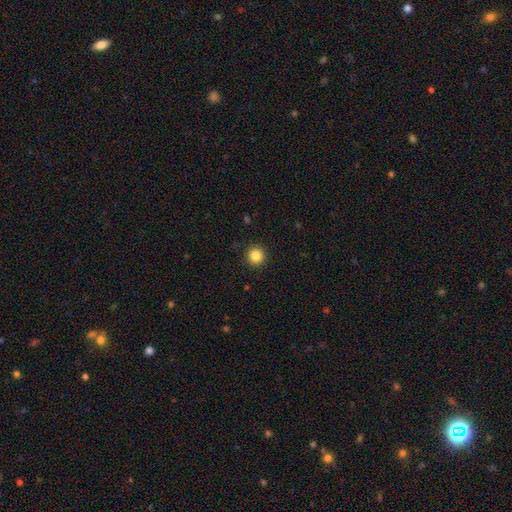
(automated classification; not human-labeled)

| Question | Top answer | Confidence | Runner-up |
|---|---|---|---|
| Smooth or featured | smooth | 84% | star or artifact (11%) |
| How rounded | round | 95% | in between (4%) |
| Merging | none | 92% | minor disturbance (5%) |